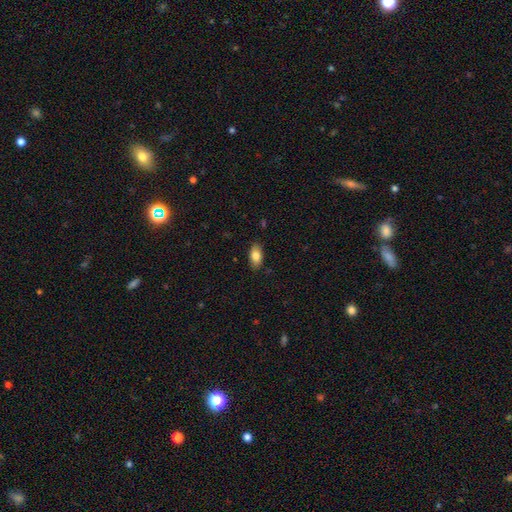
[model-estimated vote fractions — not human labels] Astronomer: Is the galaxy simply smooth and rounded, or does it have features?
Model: smooth — 83%.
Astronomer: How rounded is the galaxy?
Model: in between — 91%.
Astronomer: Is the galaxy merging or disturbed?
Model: none — 86%.